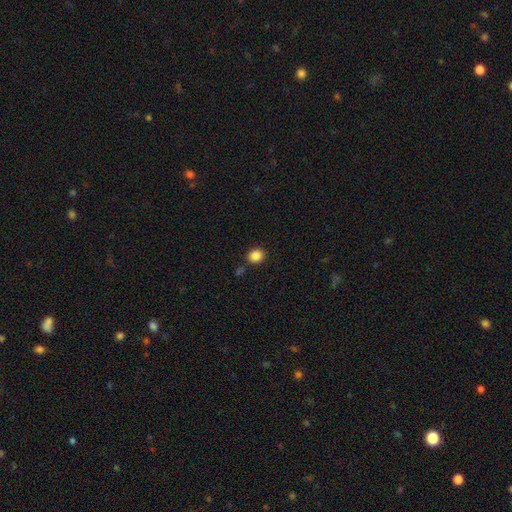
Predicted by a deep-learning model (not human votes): smooth_or_featured: smooth (p=0.86) [alt: star or artifact p=0.10]
how_rounded: round (p=0.78) [alt: in between p=0.21]
merging: none (p=0.85) [alt: minor disturbance p=0.08]